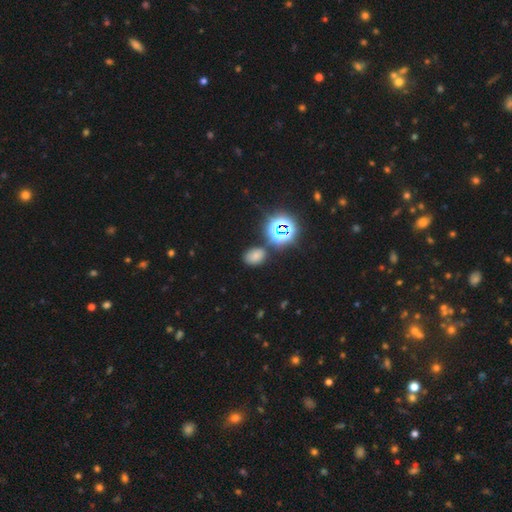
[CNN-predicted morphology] Smooth or featured? smooth (62%)
How rounded? in between (72%)
Merging? none (77%)